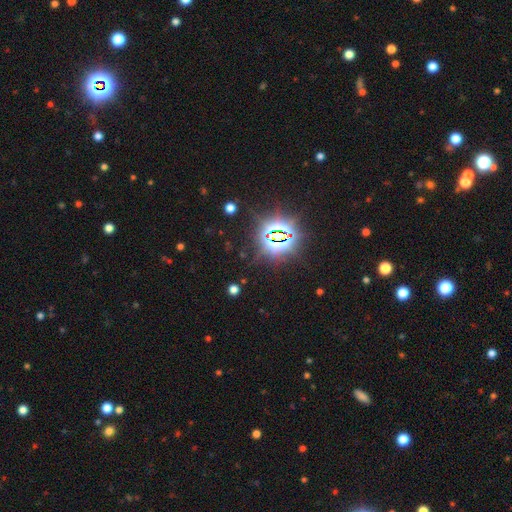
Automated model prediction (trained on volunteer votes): Smooth or featured? star or artifact (85%)